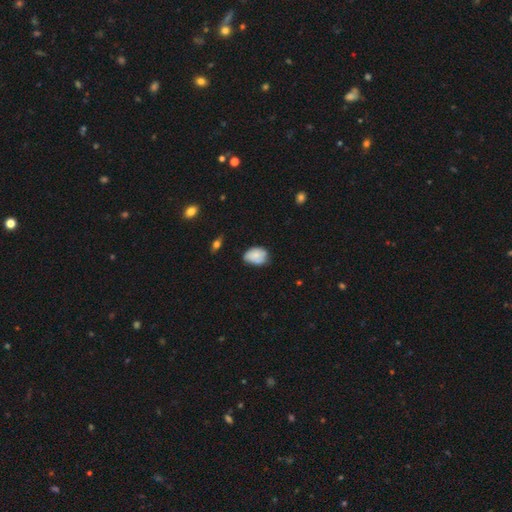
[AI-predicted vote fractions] Q: Smooth or featured?
A: smooth (75%); runner-up: featured or disk (18%)
Q: How rounded?
A: in between (77%); runner-up: round (22%)
Q: Merging?
A: none (51%); runner-up: minor disturbance (39%)